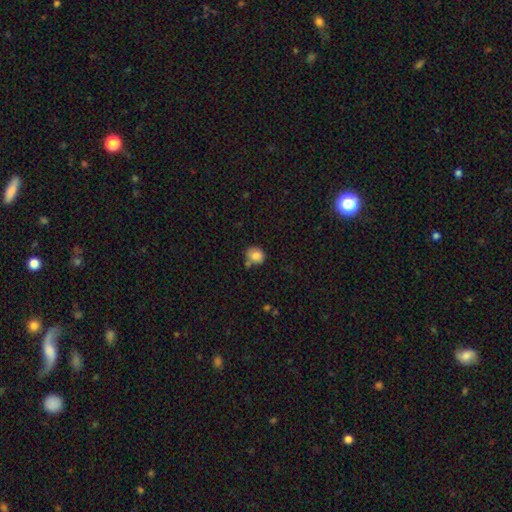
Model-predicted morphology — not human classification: This is clearly a smooth galaxy (81%). How rounded: likely round (70%). Merging: likely none (67%).